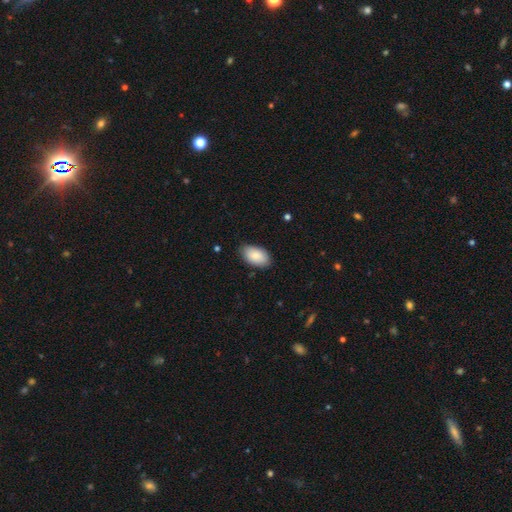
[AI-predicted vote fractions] Smooth or featured?
  - smooth: 84% *
  - featured or disk: 10%
  - star or artifact: 6%
How rounded?
  - in between: 94% *
  - round: 5%
  - cigar-shaped: 1%
Merging?
  - none: 83% *
  - minor disturbance: 14%
  - major disturbance: 2%
  - merger: 1%